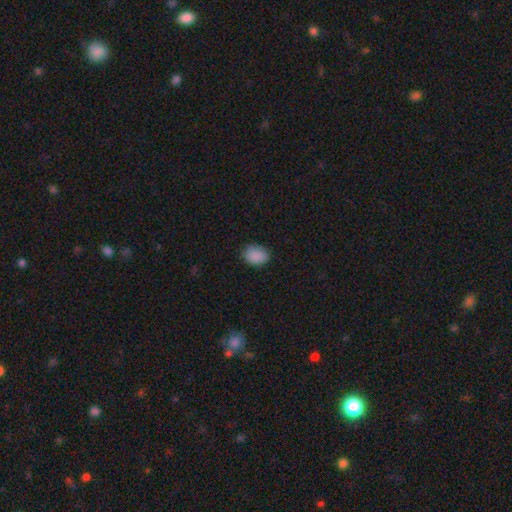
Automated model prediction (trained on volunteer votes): smooth 88%, star or artifact 9%, featured or disk 3%. Down the decision tree: how rounded — in between (68%); merging — none (81%).